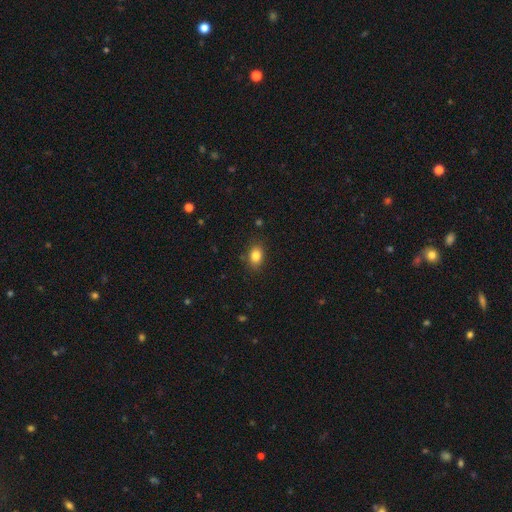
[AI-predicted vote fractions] Smooth or featured: smooth — 84% (star or artifact — 10%)
How rounded: in between — 71% (round — 28%)
Merging: none — 84% (minor disturbance — 12%)